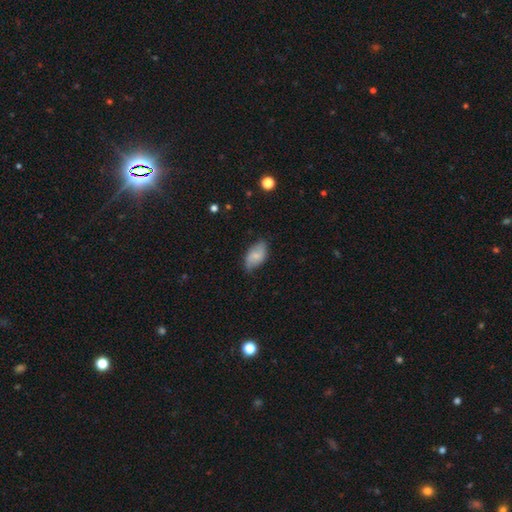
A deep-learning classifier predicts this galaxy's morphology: Smooth or featured: smooth — 66% (featured or disk — 27%)
How rounded: in between — 93% (round — 5%)
Merging: none — 65% (minor disturbance — 28%)